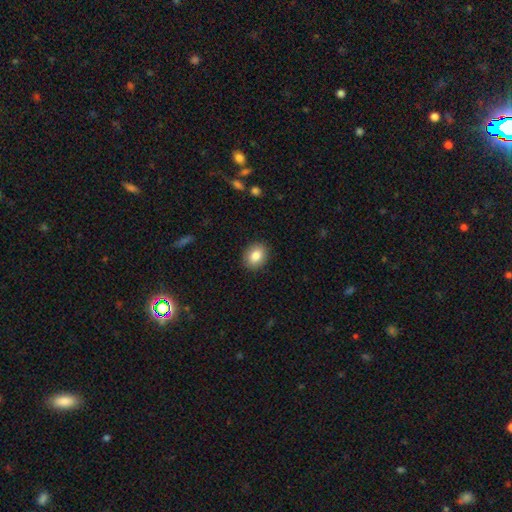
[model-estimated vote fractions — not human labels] This appears to be a smooth galaxy with no disk features (85%) that is in between round and cigar-shaped (54%). Merging: none (89%).